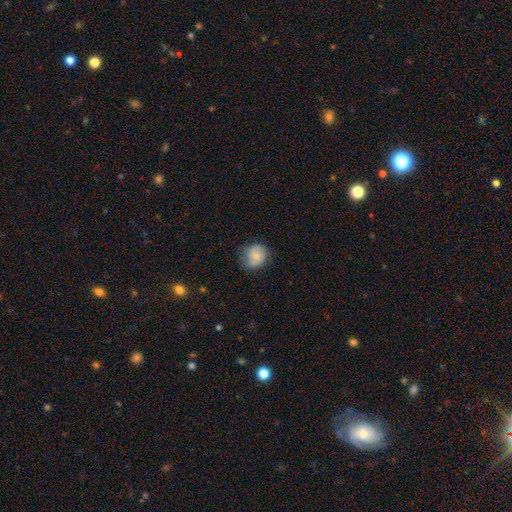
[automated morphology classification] This is likely a smooth galaxy (68%). How rounded: likely round (73%). Merging: likely none (68%).